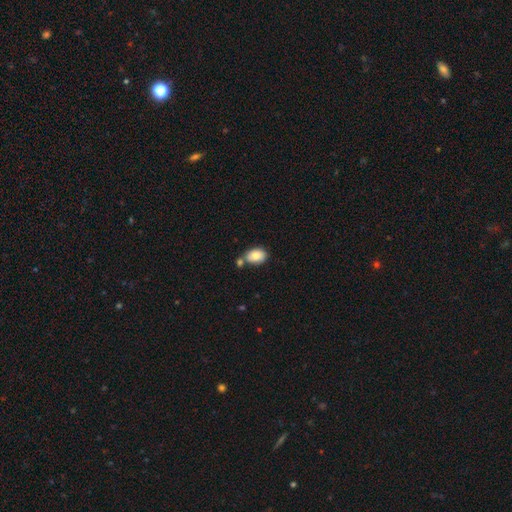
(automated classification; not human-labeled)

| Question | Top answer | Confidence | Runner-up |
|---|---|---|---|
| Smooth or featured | smooth | 84% | featured or disk (9%) |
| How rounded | in between | 85% | round (13%) |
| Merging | none | 55% | merger (26%) |